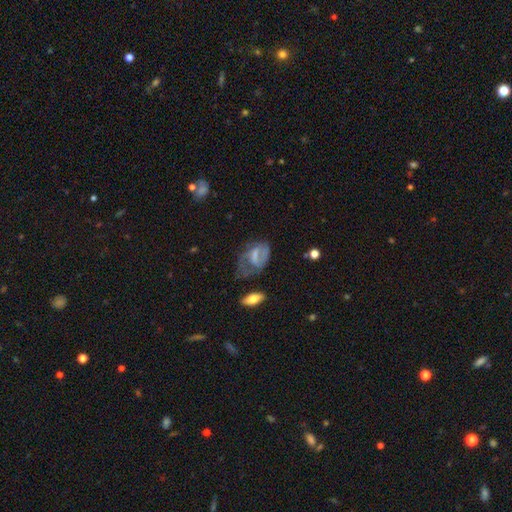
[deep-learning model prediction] Morphology: type=featured or disk (50%); merging=major disturbance (37%).